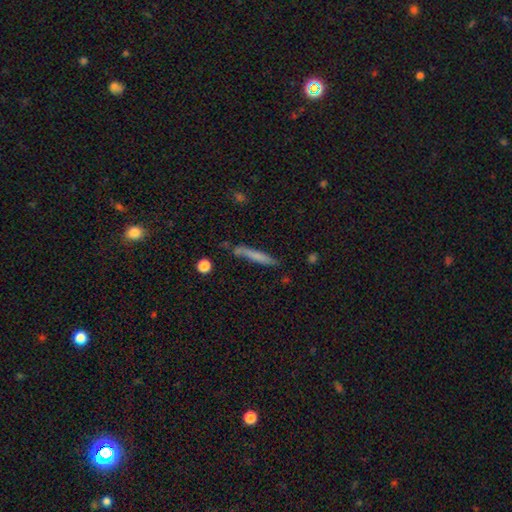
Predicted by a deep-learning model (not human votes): smooth_or_featured: smooth (p=0.68) [alt: featured or disk p=0.25]
how_rounded: cigar-shaped (p=0.94) [alt: in between p=0.05]
merging: none (p=0.75) [alt: minor disturbance p=0.17]